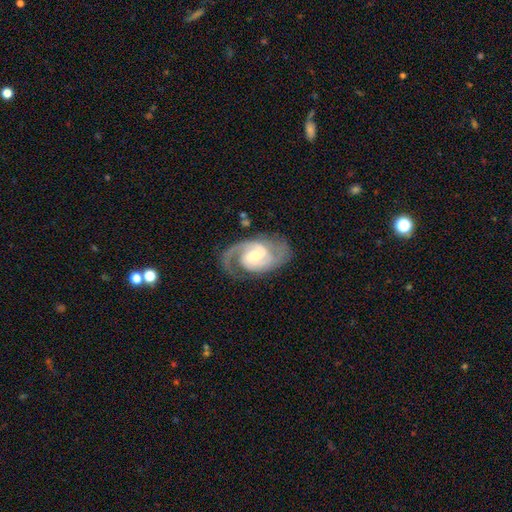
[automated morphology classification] A featured or disk galaxy (91%) with no bar (44%, tied with weak), 2 (81%) medium (48%) spiral arms (98%) and a moderate central bulge (48%).

Vote fractions:
- Smooth or featured? featured or disk: 91% / smooth: 5% / star or artifact: 4%
- Edge-on disk? no: 97% / yes: 3%
- Bar? no: 44% (tied) / weak: 44% (tied) / strong: 11%
- Spiral arms? yes: 98% / no: 2%
- Spiral winding? medium: 48% / tight: 42% / loose: 10%
- Spiral arm count? 2: 81% / 3: 8% / can't tell: 5% / 1: 3% / 4: 2% / more than 4: 2%
- Bulge size? moderate: 48% / small: 43% / large: 5% / none: 2% / dominant: 1%
- Merging? none: 75% / minor disturbance: 16% / major disturbance: 8% / merger: 1%